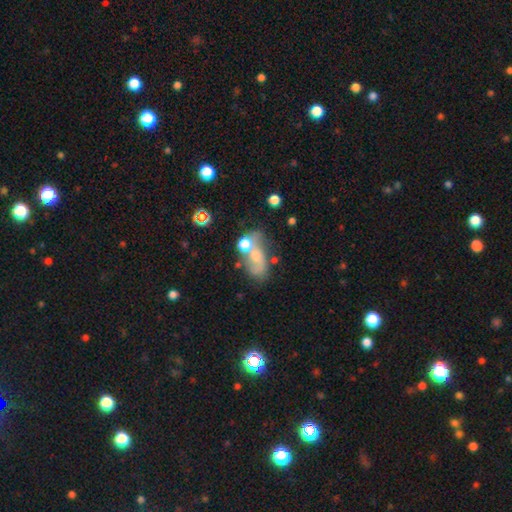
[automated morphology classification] The model was most divided on "smooth or featured" (2-way tie): smooth: 41%, featured or disk: 41%, star or artifact: 18%. Remaining: merging — merger (35%).